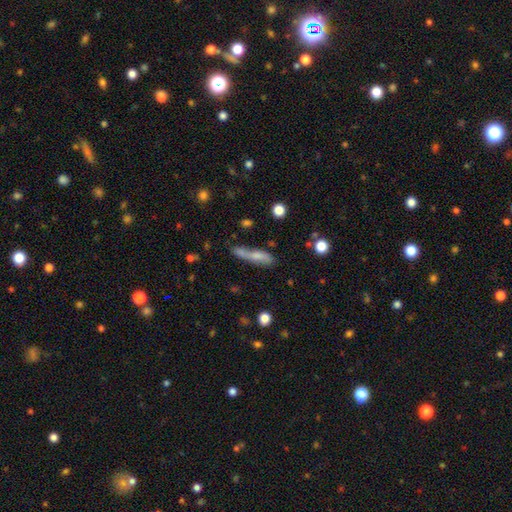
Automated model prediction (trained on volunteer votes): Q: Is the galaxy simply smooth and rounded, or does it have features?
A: smooth — 60%.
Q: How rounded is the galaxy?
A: cigar-shaped — 76%.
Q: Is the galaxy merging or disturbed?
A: none — 55%.